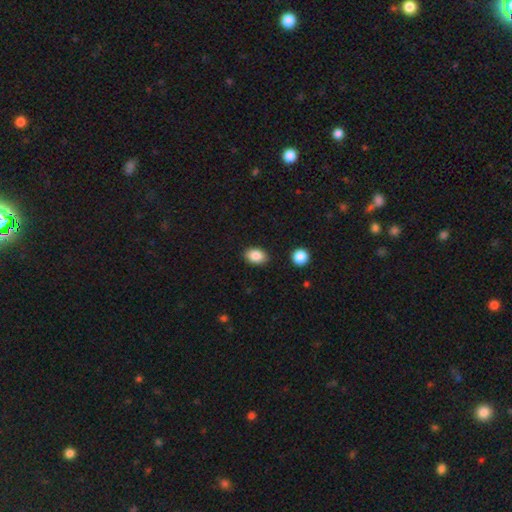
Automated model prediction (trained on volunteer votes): Smooth or featured? smooth (87%)
How rounded? in between (79%)
Merging? none (86%)